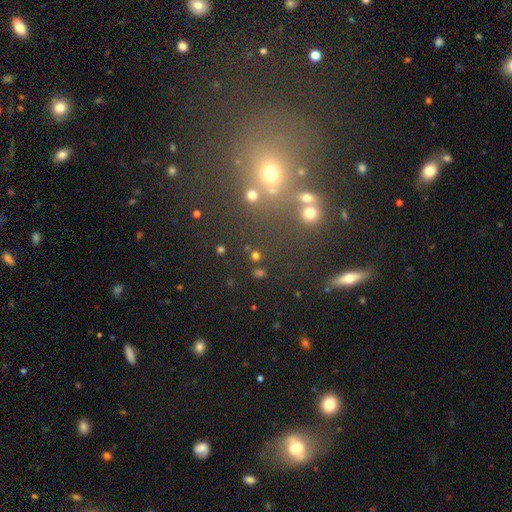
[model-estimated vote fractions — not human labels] This is likely a smooth galaxy (65%). How rounded: likely round (77%). Merging: likely none (80%).